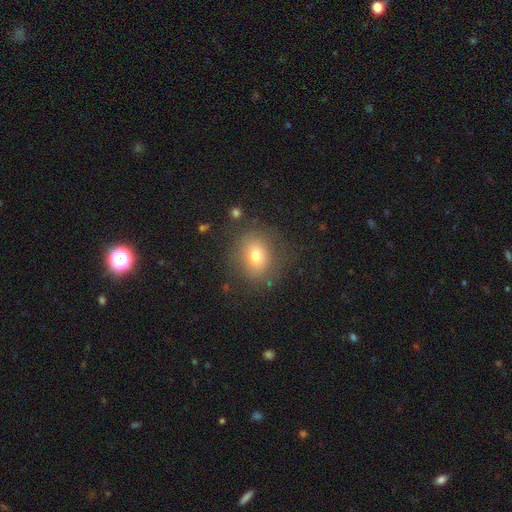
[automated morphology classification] This is likely a smooth galaxy (71%). How rounded: likely round (67%). Merging: likely none (79%).